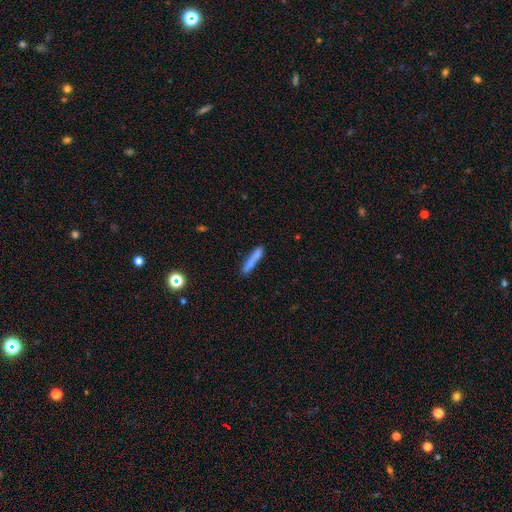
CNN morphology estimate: The model was most divided on "merging": none: 71%, minor disturbance: 17%, merger: 8%, major disturbance: 4%. More confident: how rounded — cigar-shaped (90%); smooth or featured — smooth (74%).